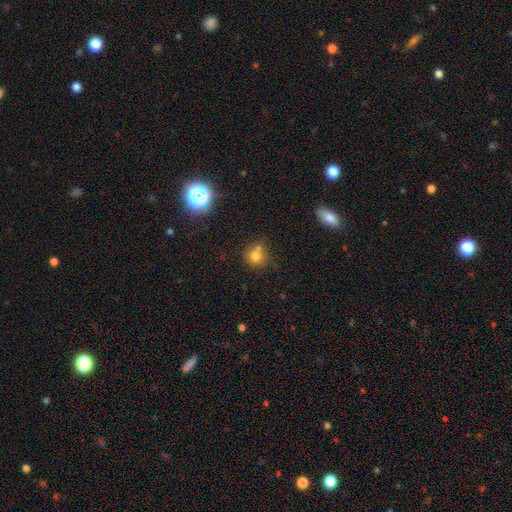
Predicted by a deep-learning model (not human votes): Q: Smooth or featured?
A: smooth (74%); runner-up: star or artifact (15%)
Q: How rounded?
A: round (84%); runner-up: in between (15%)
Q: Merging?
A: none (54%); runner-up: merger (28%)